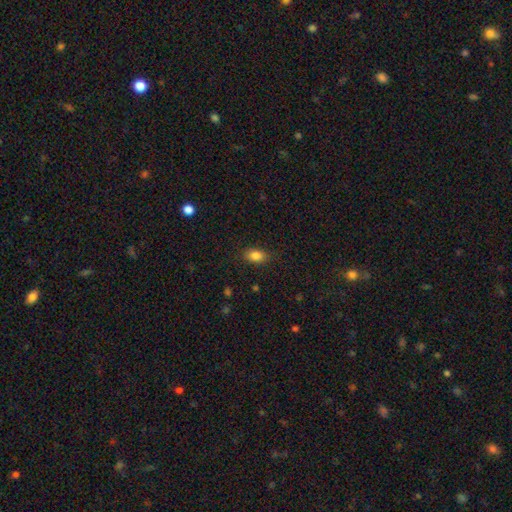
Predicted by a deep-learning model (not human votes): Q: Smooth or featured?
A: smooth (85%); runner-up: star or artifact (9%)
Q: How rounded?
A: in between (85%); runner-up: round (13%)
Q: Merging?
A: none (84%); runner-up: minor disturbance (11%)